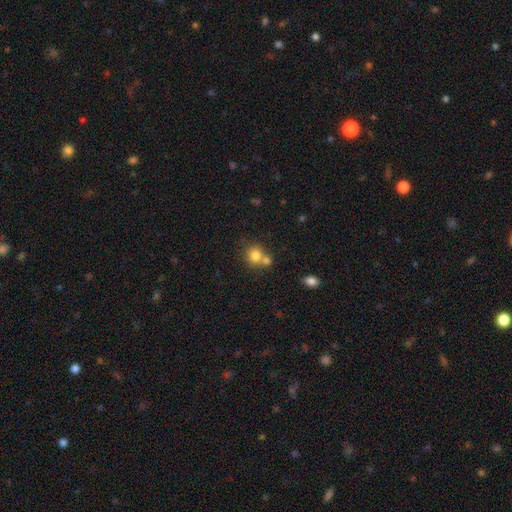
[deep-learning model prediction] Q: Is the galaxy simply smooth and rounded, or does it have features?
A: smooth — 79%.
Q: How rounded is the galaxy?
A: round — 84%.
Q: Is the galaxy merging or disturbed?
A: none — 48%.